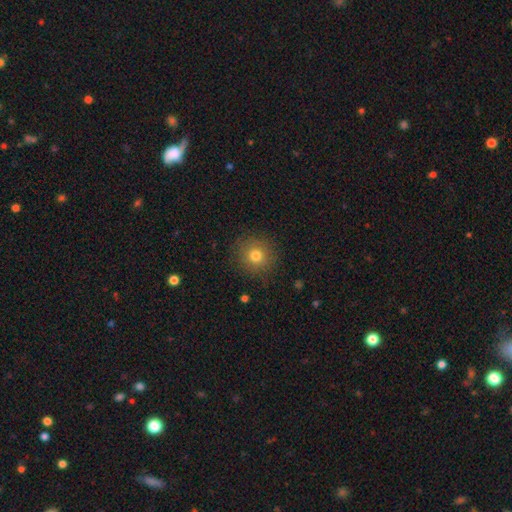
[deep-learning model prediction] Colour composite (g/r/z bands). It shows a smooth galaxy with no disk features (77%) that is round (92%). Merging: none (88%).